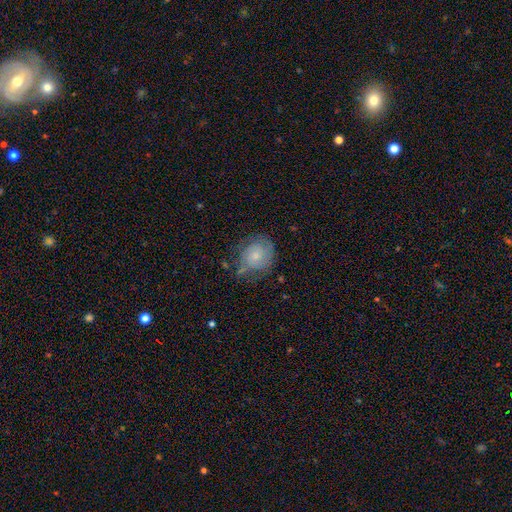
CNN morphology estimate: smooth-or-featured: smooth: 50% | featured or disk: 42% | star or artifact: 8%
  how-rounded: round: 70% | in between: 29% | cigar-shaped: 1%
  merging: none: 55% | minor disturbance: 29% | major disturbance: 12% | merger: 3%